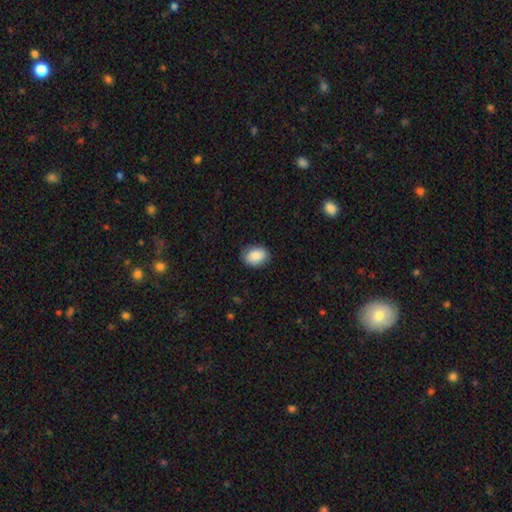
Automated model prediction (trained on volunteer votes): smooth_or_featured: smooth (p=0.86) [alt: star or artifact p=0.07]
how_rounded: in between (p=0.67) [alt: round p=0.32]
merging: none (p=0.83) [alt: minor disturbance p=0.13]